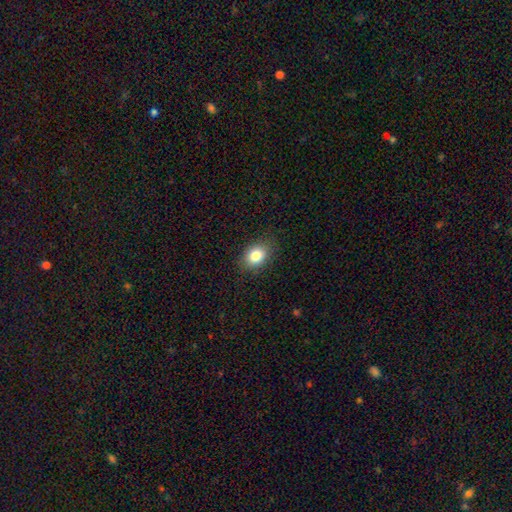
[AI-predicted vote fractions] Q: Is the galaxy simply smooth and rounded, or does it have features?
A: smooth — 84%.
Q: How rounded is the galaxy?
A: in between — 67%.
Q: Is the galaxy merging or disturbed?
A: none — 84%.